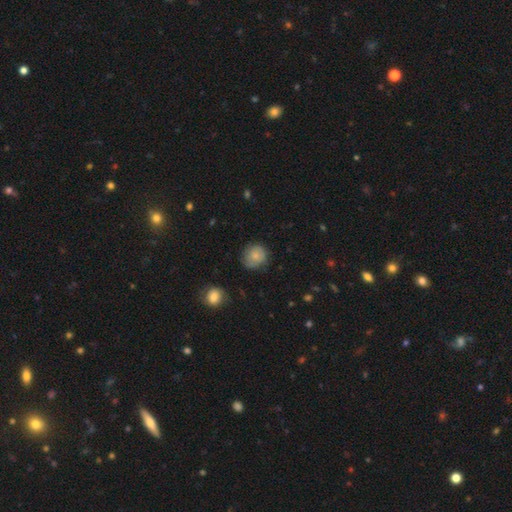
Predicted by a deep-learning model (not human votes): The model was most divided on "merging": none: 71%, minor disturbance: 22%, major disturbance: 6%, merger: 1%. More confident: how rounded — round (85%); smooth or featured — smooth (74%).